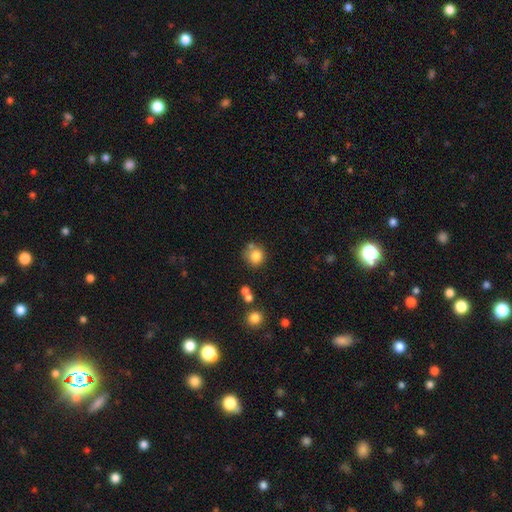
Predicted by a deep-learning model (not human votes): The model was most divided on "merging": none: 66%, minor disturbance: 15%, merger: 14%, major disturbance: 5%. More confident: how rounded — round (88%); smooth or featured — smooth (81%).